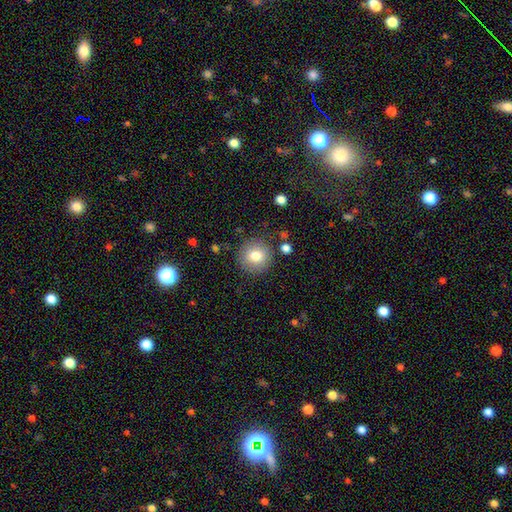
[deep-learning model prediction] This is likely a smooth galaxy (78%). How rounded: clearly round (93%). Merging: clearly none (86%).